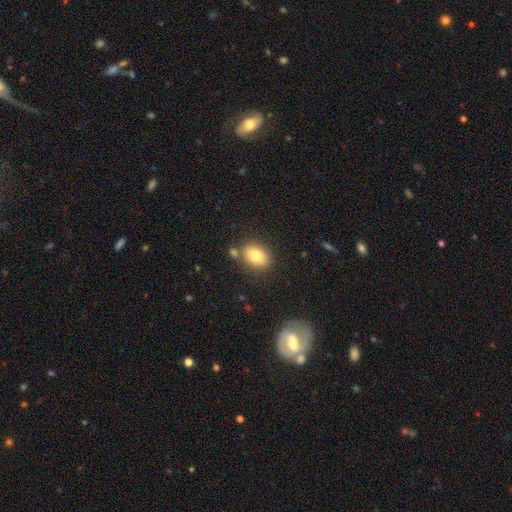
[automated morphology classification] type=smooth (81%); roundness=in between (73%); merging=none (75%).